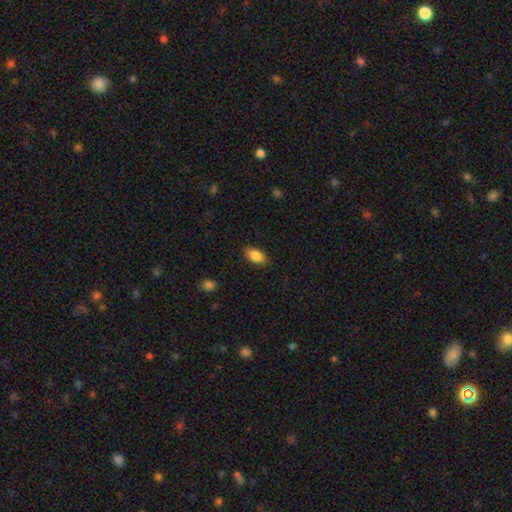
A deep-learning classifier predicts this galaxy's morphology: Smooth or featured? Predicted: smooth (p=0.87). How rounded? Predicted: in between (p=0.91). Merging? Predicted: none (p=0.85).